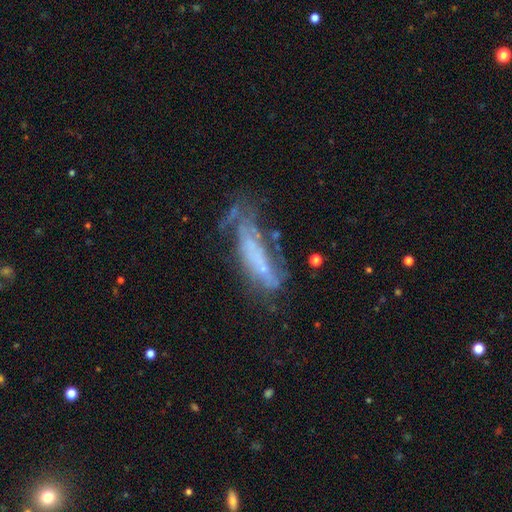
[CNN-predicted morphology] Smooth or featured?
  - featured or disk: 58% *
  - smooth: 30%
  - star or artifact: 12%
Edge-on disk?
  - no: 72% *
  - yes: 28%
Merging?
  - major disturbance: 34% *
  - none: 33%
  - minor disturbance: 24%
  - merger: 9%